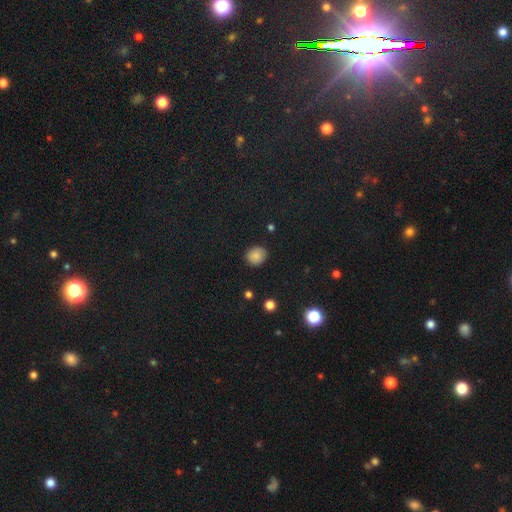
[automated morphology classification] A smooth galaxy with no disk features (82%) that is round (74%).

Vote fractions:
- Smooth or featured? smooth: 82% / star or artifact: 12% / featured or disk: 6%
- How rounded? round: 74% / in between: 25% / cigar-shaped: 1%
- Merging? none: 85% / minor disturbance: 11% / major disturbance: 3% / merger: 1%